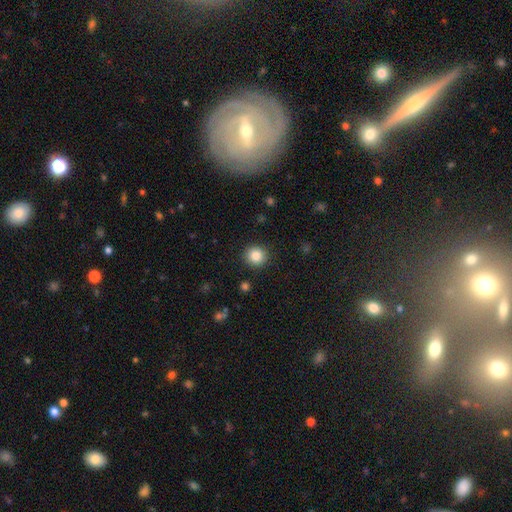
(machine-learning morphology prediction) Overall: smooth (85%). How rounded: round (92%). Merging: none (91%).